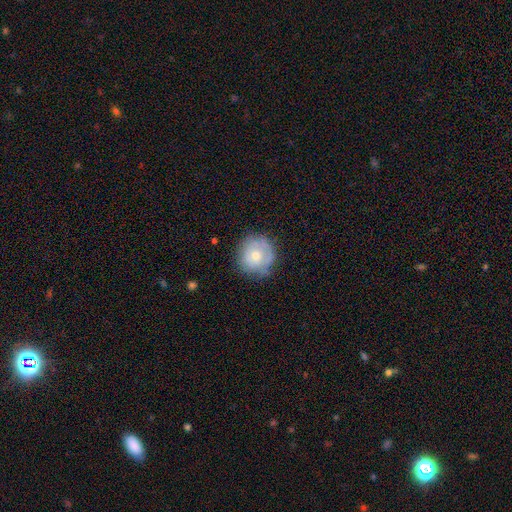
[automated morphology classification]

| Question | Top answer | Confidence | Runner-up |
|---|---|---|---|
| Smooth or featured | smooth | 56% | featured or disk (37%) |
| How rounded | round | 91% | in between (8%) |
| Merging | none | 70% | minor disturbance (21%) |